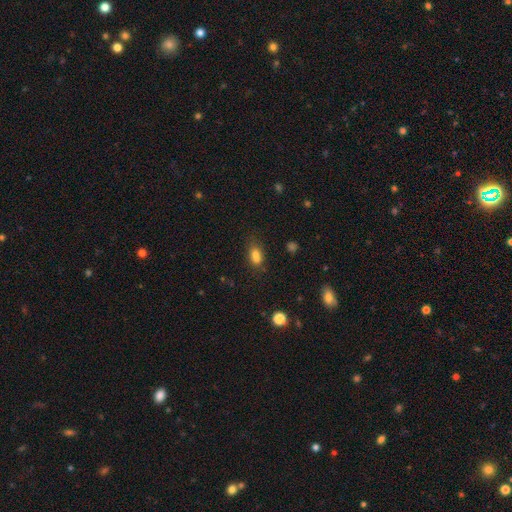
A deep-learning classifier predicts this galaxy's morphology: The model was most divided on "merging": none: 53%, merger: 20%, minor disturbance: 20%, major disturbance: 7%. More confident: how rounded — in between (78%); smooth or featured — smooth (77%).